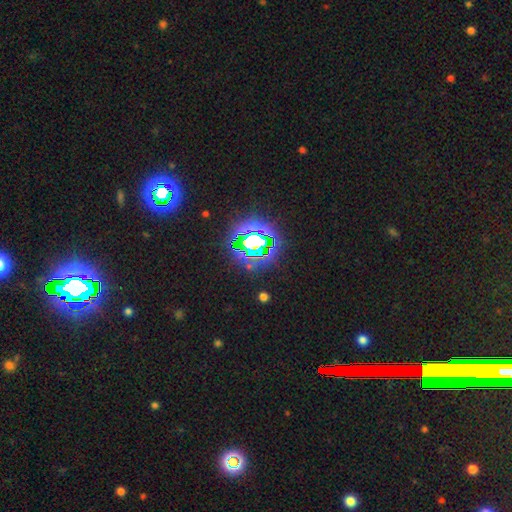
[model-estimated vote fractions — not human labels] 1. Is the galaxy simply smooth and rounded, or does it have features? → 82% star or artifact, 10% smooth, 7% featured or disk.